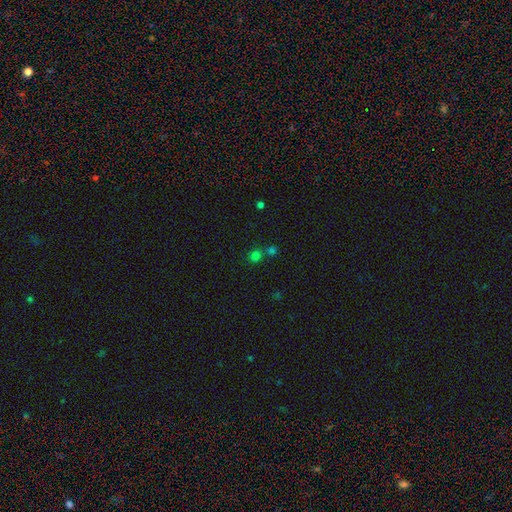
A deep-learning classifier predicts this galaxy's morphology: The model was most divided on "merging": none: 62%, merger: 27%, minor disturbance: 8%, major disturbance: 3%. More confident: how rounded — round (83%); smooth or featured — smooth (67%).